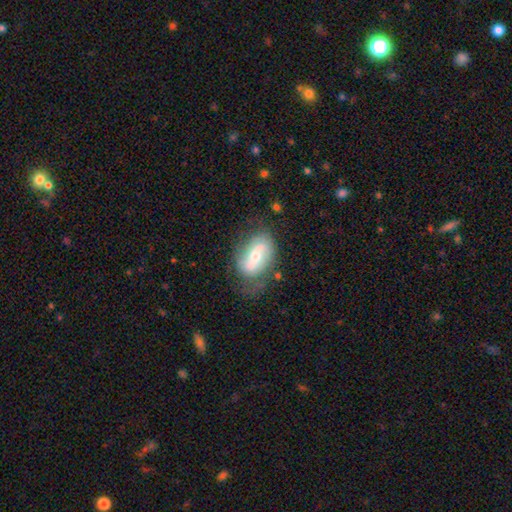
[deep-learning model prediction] A featured or disk galaxy (69%) with a weak bar (37%), 2 (84%) loose (53%) spiral arms (82%) and a moderate central bulge (53%). Merging: none (63%).